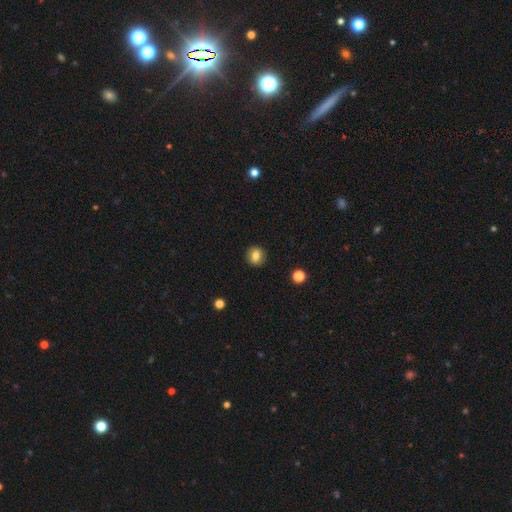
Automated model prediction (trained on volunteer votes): smooth_or_featured: smooth (p=0.80) [alt: featured or disk p=0.10]
how_rounded: round (p=0.85) [alt: in between p=0.14]
merging: none (p=0.90) [alt: minor disturbance p=0.07]